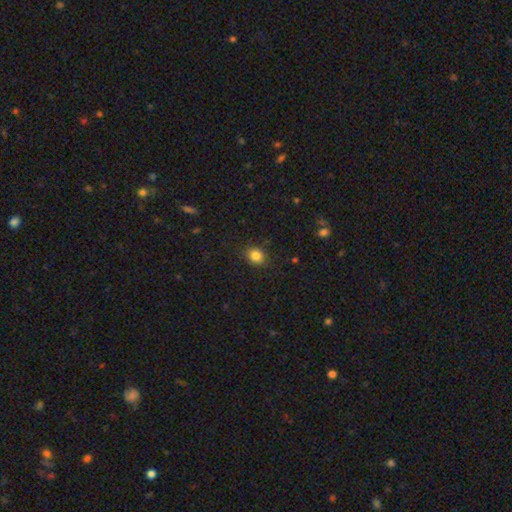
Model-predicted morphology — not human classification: Smooth or featured?
  - smooth: 84% *
  - star or artifact: 11%
  - featured or disk: 5%
How rounded?
  - round: 65% *
  - in between: 34%
  - cigar-shaped: 1%
Merging?
  - none: 87% *
  - minor disturbance: 9%
  - major disturbance: 3%
  - merger: 1%